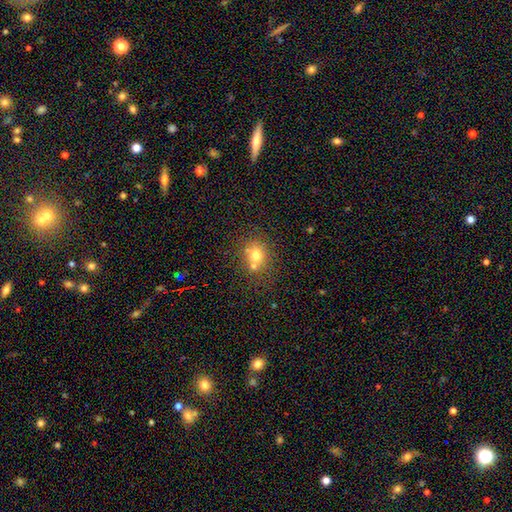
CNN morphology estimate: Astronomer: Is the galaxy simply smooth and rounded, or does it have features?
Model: smooth — 69%.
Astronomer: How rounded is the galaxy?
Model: round — 72%.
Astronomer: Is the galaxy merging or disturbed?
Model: none — 58%.